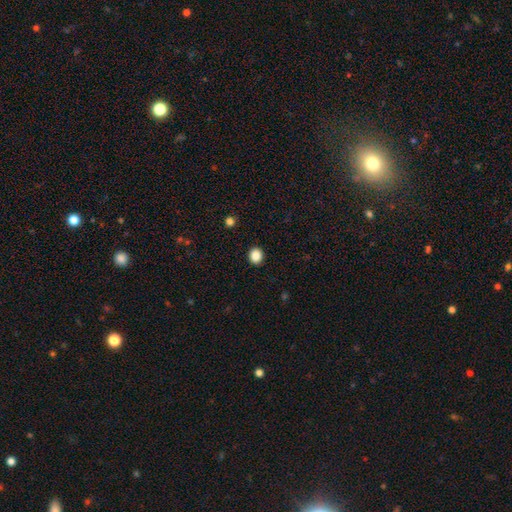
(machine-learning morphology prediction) smooth 88%, star or artifact 10%, featured or disk 3%. Down the decision tree: how rounded — round (75%); merging — none (92%).